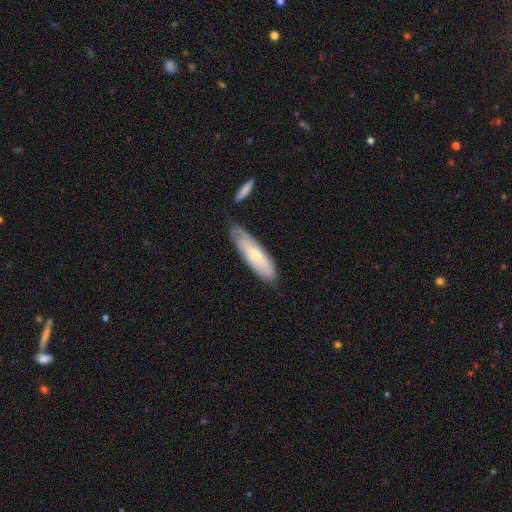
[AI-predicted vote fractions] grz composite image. It shows a smooth galaxy with no disk features (49%). Merging: none (67%).